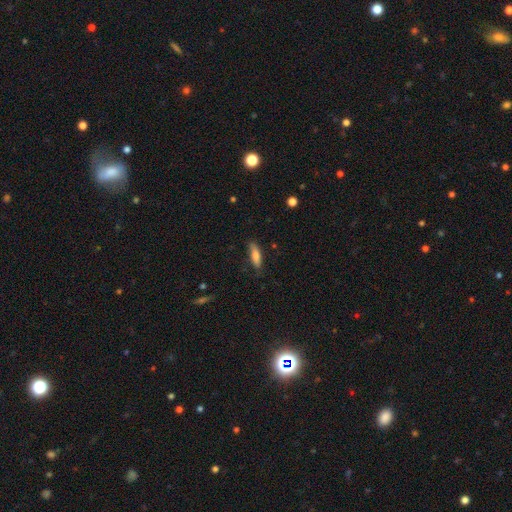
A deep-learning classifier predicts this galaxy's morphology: smooth_or_featured: smooth (p=0.77) [alt: featured or disk p=0.16]
how_rounded: cigar-shaped (p=0.59) [alt: in between p=0.39]
merging: none (p=0.74) [alt: minor disturbance p=0.20]